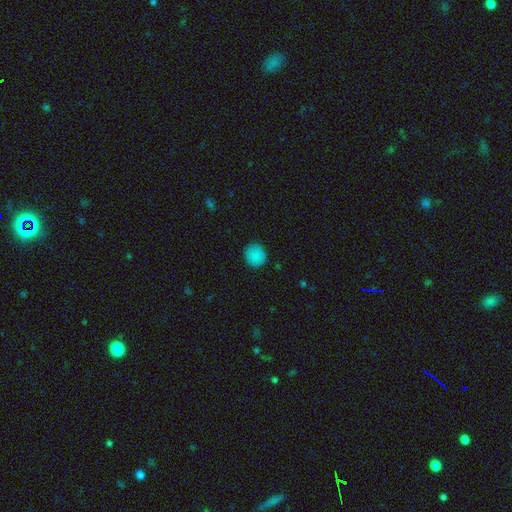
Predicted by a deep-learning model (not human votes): Smooth or featured? Predicted: smooth (p=0.86). How rounded? Predicted: round (p=0.87). Merging? Predicted: none (p=0.88).